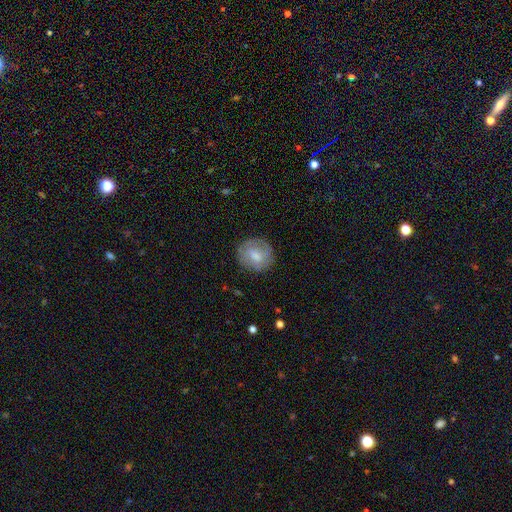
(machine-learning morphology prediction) The model was most divided on "smooth or featured": smooth: 58%, featured or disk: 35%, star or artifact: 7%. More confident: how rounded — round (84%); merging — none (79%).